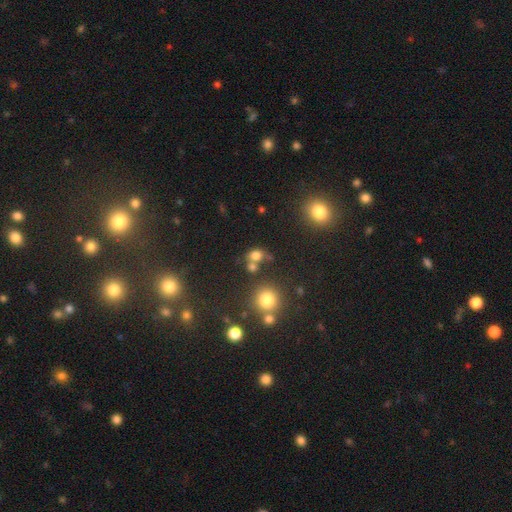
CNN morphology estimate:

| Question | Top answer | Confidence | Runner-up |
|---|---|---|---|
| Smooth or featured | smooth | 71% | star or artifact (19%) |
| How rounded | round | 61% | in between (38%) |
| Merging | none | 48% | merger (31%) |